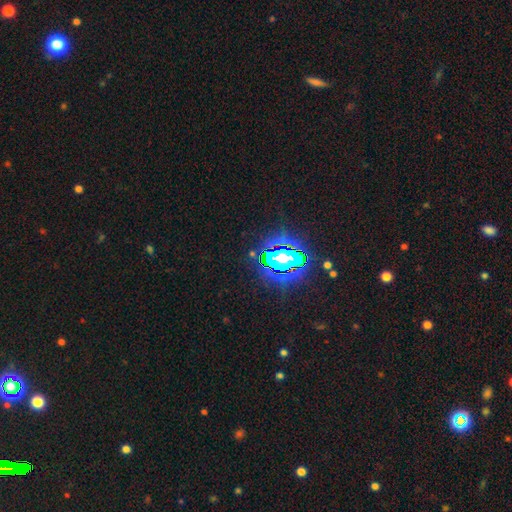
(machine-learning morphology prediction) Overall: star or artifact (73%).